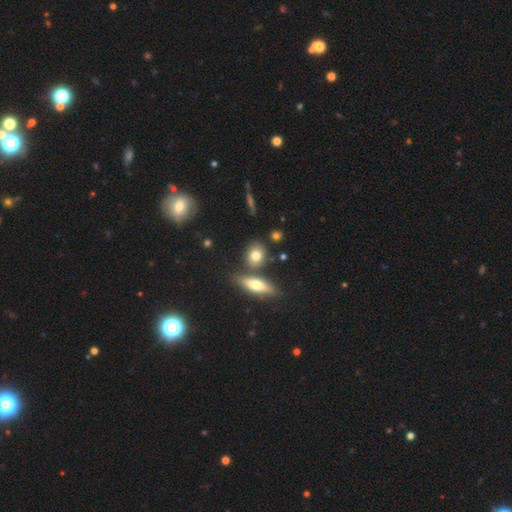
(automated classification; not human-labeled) smooth_or_featured: smooth (p=0.77) [alt: featured or disk p=0.14]
how_rounded: round (p=0.48) [alt: in between p=0.44]
merging: none (p=0.70) [alt: merger p=0.15]